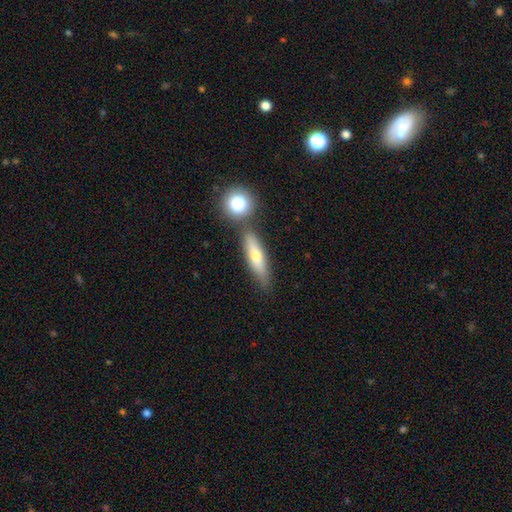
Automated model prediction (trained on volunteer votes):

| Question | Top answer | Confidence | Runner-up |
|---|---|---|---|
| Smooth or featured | smooth | 60% | featured or disk (32%) |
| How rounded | cigar-shaped | 71% | in between (25%) |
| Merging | none | 70% | merger (15%) |